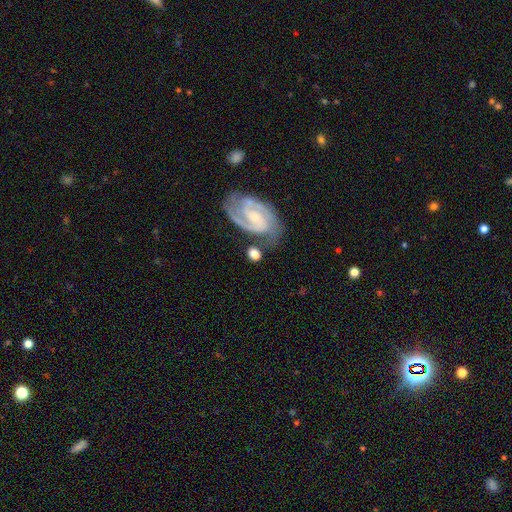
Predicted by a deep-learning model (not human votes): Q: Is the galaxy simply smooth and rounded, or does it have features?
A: featured or disk — 62%.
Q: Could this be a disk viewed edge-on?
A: no — 95%.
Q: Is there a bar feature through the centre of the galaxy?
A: no — 45%.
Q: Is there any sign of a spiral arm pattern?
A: yes — 94%.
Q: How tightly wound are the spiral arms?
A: medium — 47%.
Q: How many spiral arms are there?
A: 2 — 87%.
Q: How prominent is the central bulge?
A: small — 55%.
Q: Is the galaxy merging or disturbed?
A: none — 66%.